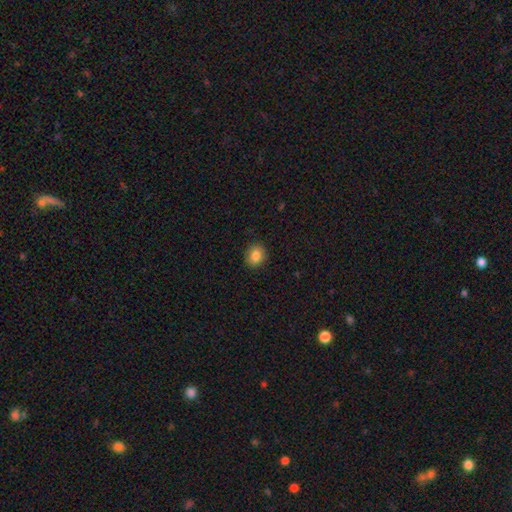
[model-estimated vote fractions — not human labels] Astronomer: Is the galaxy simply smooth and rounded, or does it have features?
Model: smooth — 84%.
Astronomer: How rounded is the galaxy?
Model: round — 64%.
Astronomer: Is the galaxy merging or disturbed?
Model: none — 89%.